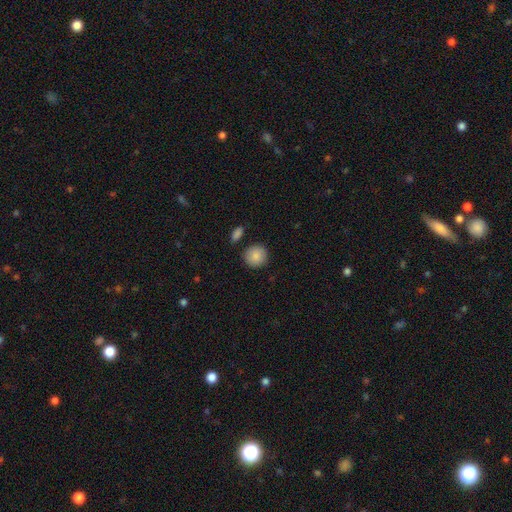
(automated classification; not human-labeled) Smooth or featured? smooth (88%)
How rounded? round (91%)
Merging? none (86%)